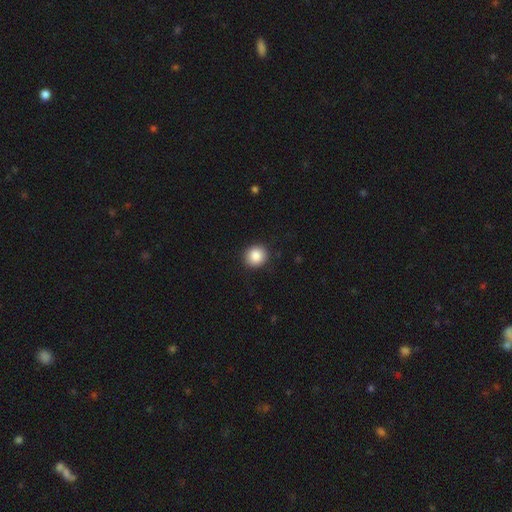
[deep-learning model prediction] Smooth or featured? smooth (87%)
How rounded? round (83%)
Merging? none (90%)